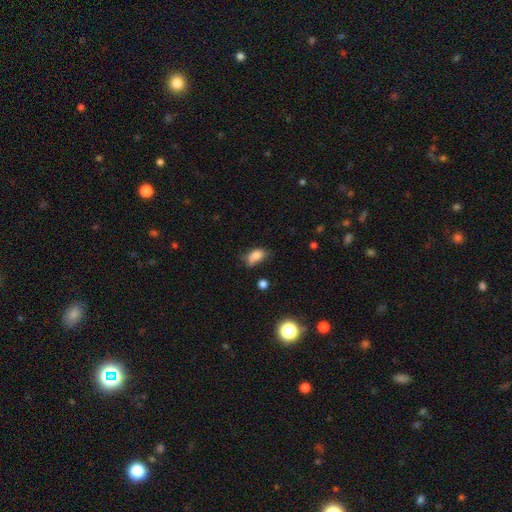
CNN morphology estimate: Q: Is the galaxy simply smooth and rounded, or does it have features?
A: smooth — 80%.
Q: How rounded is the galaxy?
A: in between — 87%.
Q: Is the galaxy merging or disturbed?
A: none — 45%.